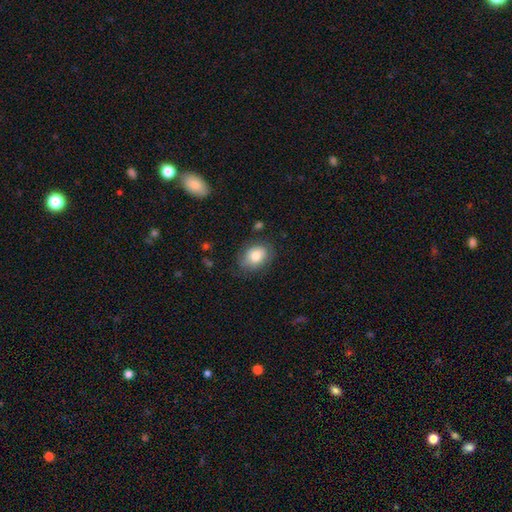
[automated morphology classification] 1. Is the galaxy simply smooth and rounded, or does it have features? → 73% smooth, 19% featured or disk, 8% star or artifact.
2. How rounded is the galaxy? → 68% in between, 31% round, 1% cigar-shaped.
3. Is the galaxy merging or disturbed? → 72% none, 20% minor disturbance, 7% major disturbance, 2% merger.